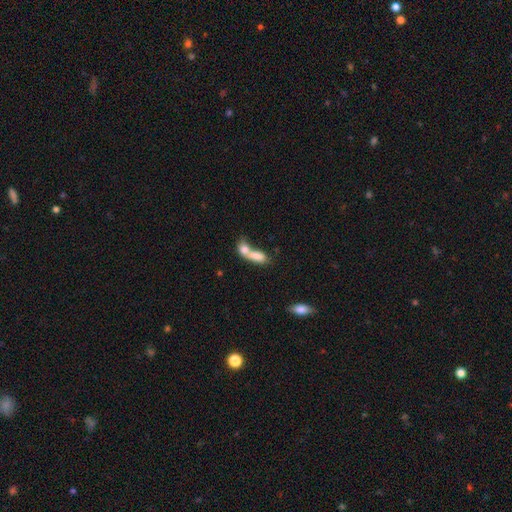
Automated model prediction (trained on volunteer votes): Smooth or featured: smooth — 75% (featured or disk — 17%)
How rounded: in between — 76% (cigar-shaped — 14%)
Merging: merger — 75% (none — 14%)